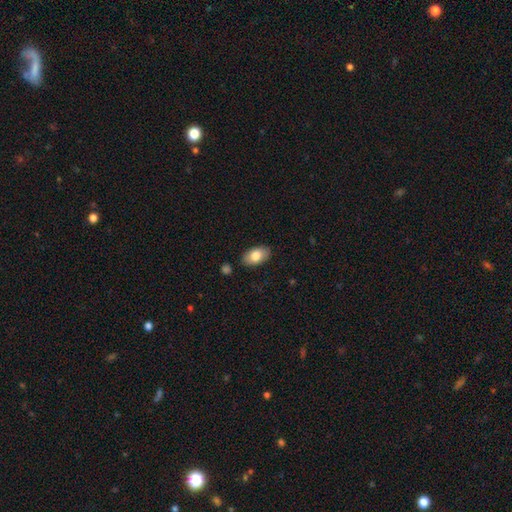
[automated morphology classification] Smooth or featured? Predicted: smooth (p=0.79). How rounded? Predicted: in between (p=0.93). Merging? Predicted: none (p=0.86).